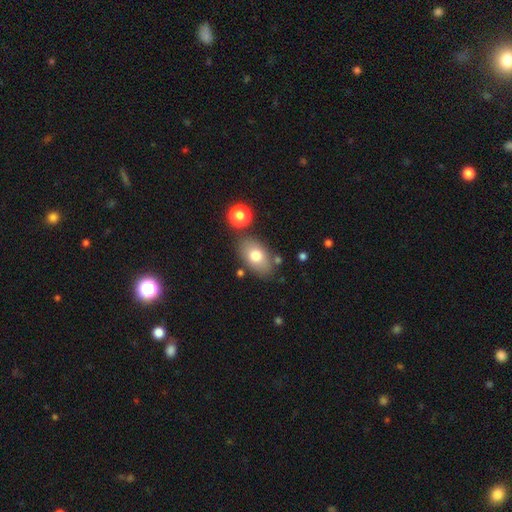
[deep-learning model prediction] smooth 74%, featured or disk 18%, star or artifact 8%. Down the decision tree: how rounded — in between (88%); merging — none (76%).